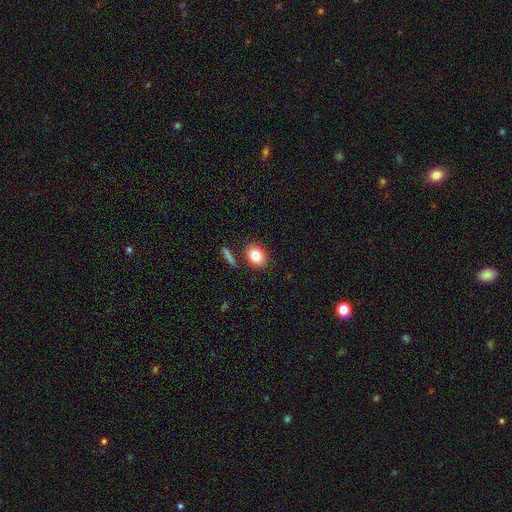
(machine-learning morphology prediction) The model was most divided on "how rounded": in between: 67%, round: 31%, cigar-shaped: 2%. More confident: smooth or featured — smooth (82%); merging — none (82%).